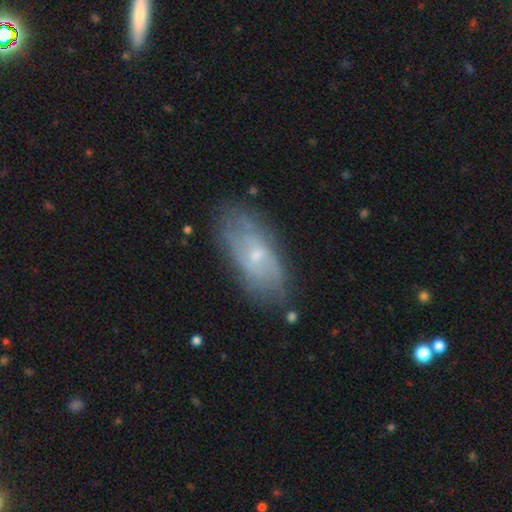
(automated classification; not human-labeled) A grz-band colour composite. It shows a featured or disk galaxy (53%). Merging: none (70%).